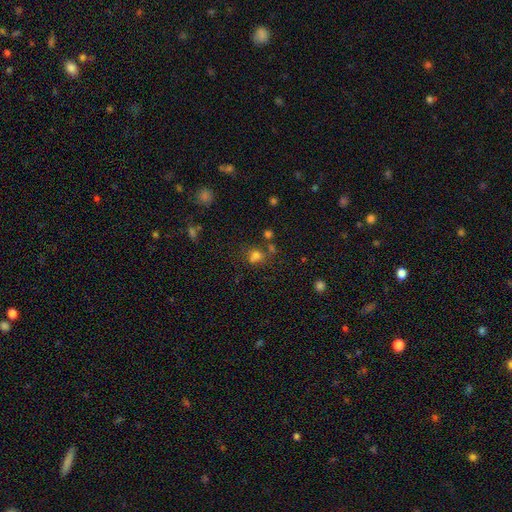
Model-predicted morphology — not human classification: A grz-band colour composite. It shows a smooth galaxy with no disk features (67%) that is round (65%). Merging: none (54%).